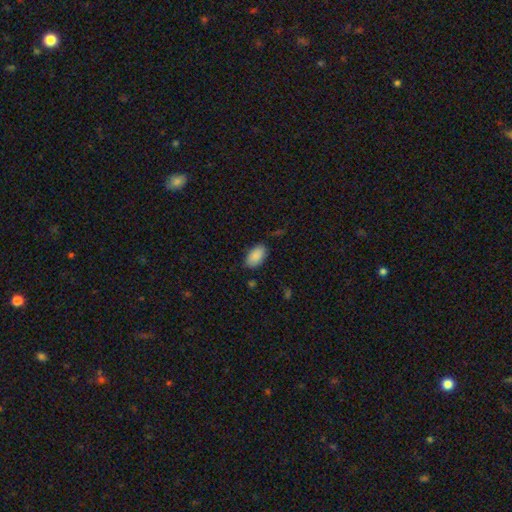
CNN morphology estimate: Q: Smooth or featured?
A: smooth (89%); runner-up: star or artifact (7%)
Q: How rounded?
A: in between (94%); runner-up: round (4%)
Q: Merging?
A: none (81%); runner-up: minor disturbance (15%)